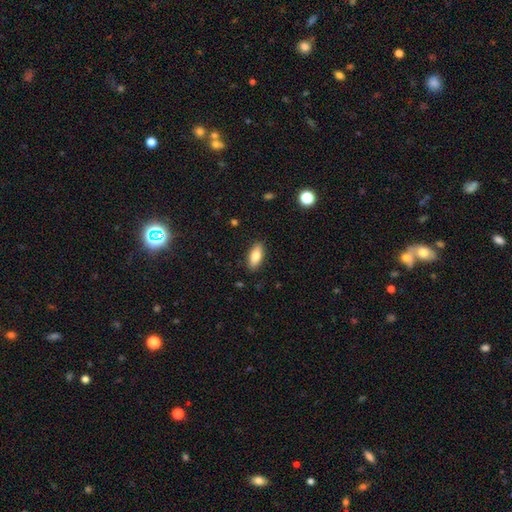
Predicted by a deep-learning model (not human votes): Smooth or featured? Predicted: smooth (p=0.79). How rounded? Predicted: in between (p=0.84). Merging? Predicted: none (p=0.89).